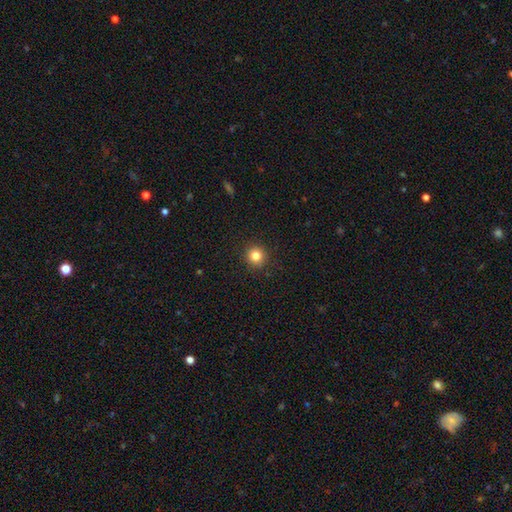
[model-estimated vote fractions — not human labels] smooth_or_featured: smooth (p=0.82) [alt: star or artifact p=0.12]
how_rounded: round (p=0.94) [alt: in between p=0.05]
merging: none (p=0.92) [alt: minor disturbance p=0.05]